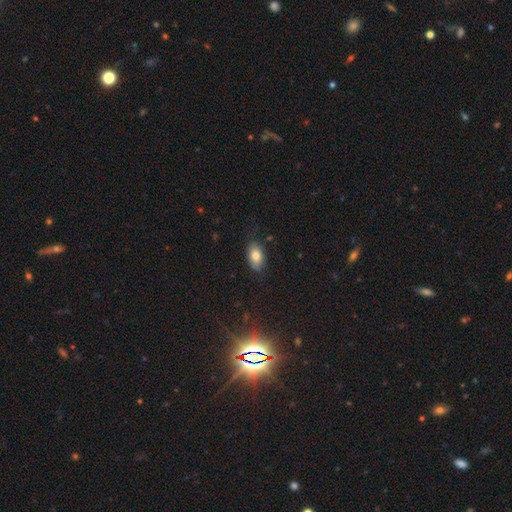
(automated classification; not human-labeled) Smooth or featured?
  - smooth: 81% *
  - featured or disk: 12%
  - star or artifact: 8%
How rounded?
  - in between: 91% *
  - round: 7%
  - cigar-shaped: 2%
Merging?
  - none: 79% *
  - minor disturbance: 17%
  - major disturbance: 3%
  - merger: 1%